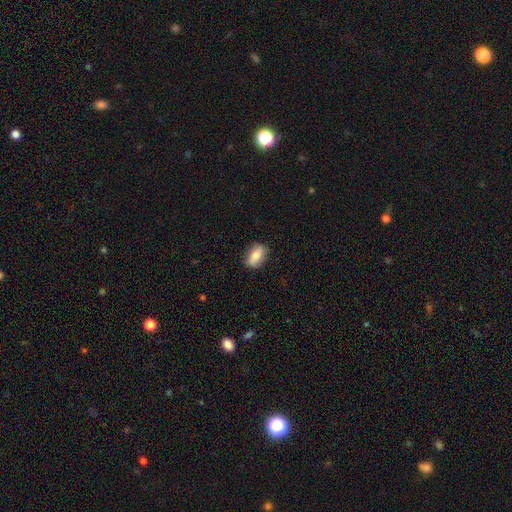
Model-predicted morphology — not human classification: Overall: smooth (75%). How rounded: in between (85%). Merging: none (82%).